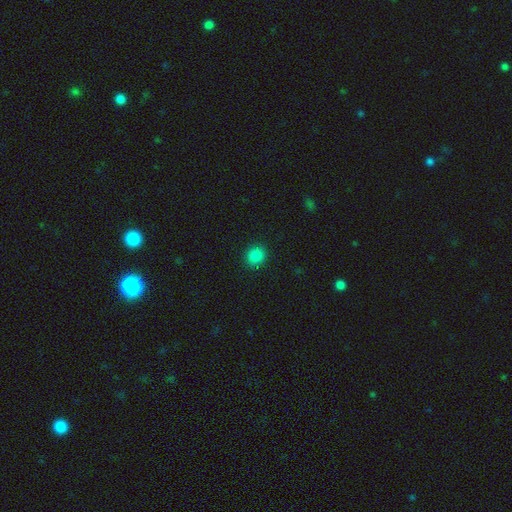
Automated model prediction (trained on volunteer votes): Smooth or featured? smooth (85%)
How rounded? round (82%)
Merging? none (90%)